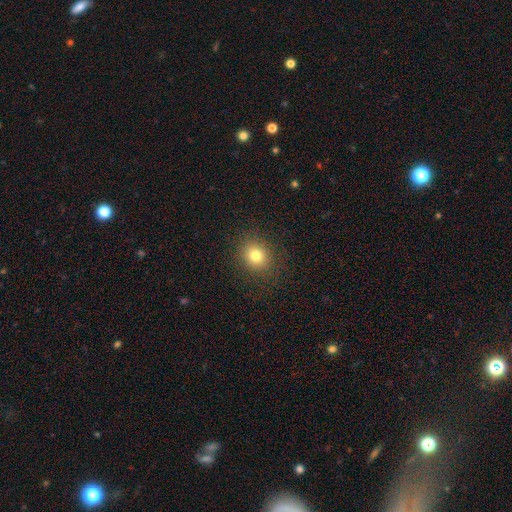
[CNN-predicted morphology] Smooth or featured?
  - smooth: 78% *
  - star or artifact: 14%
  - featured or disk: 8%
How rounded?
  - round: 78% *
  - in between: 21%
  - cigar-shaped: 1%
Merging?
  - none: 89% *
  - minor disturbance: 7%
  - major disturbance: 3%
  - merger: 1%